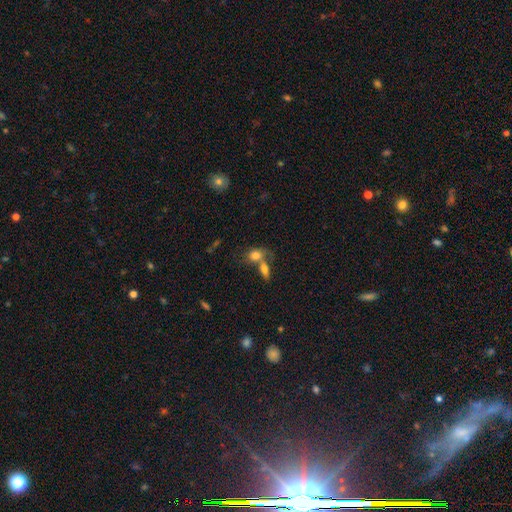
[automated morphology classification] Smooth or featured? Predicted: smooth (p=0.77). How rounded? Predicted: in between (p=0.68). Merging? Predicted: merger (p=0.56).